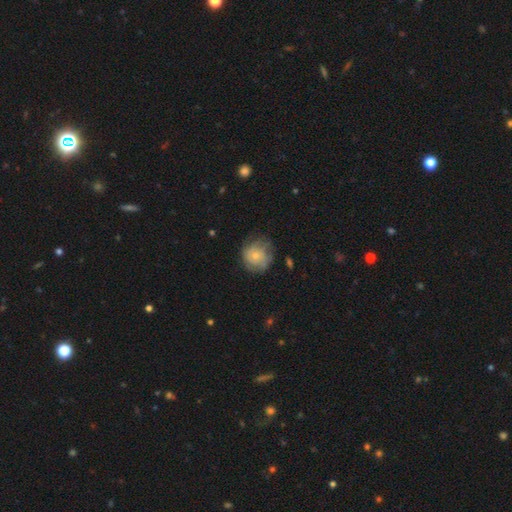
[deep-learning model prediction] This appears to be a smooth galaxy with no disk features (49%). Merging: none (65%).